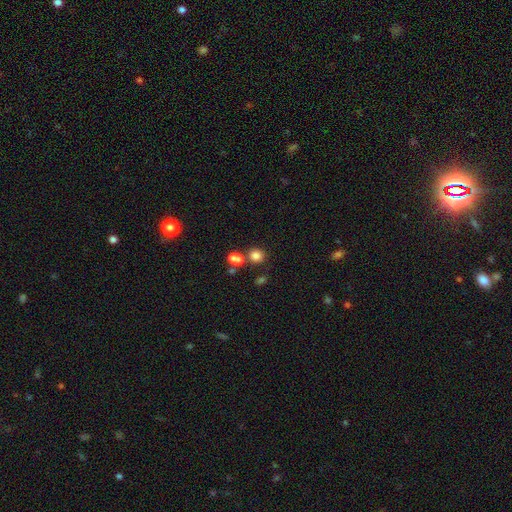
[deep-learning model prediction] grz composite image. It shows a smooth galaxy with no disk features (81%) that is round (79%). Merging: none (64%).